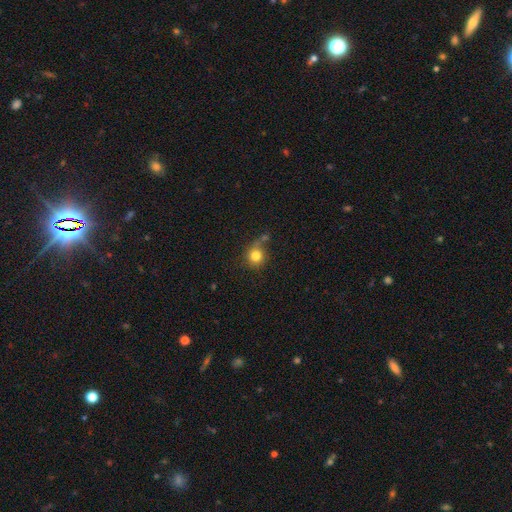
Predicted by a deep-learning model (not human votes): Smooth or featured: smooth — 81% (star or artifact — 11%)
How rounded: round — 91% (in between — 8%)
Merging: none — 62% (minor disturbance — 16%)